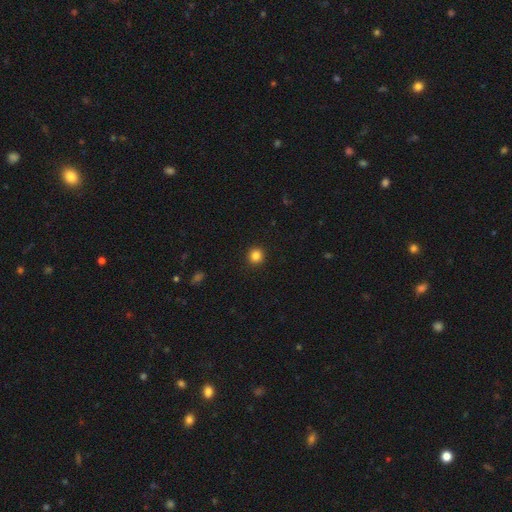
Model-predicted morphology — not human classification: smooth-or-featured: smooth: 84% | star or artifact: 11% | featured or disk: 4%
  how-rounded: round: 93% | in between: 6% | cigar-shaped: 1%
  merging: none: 93% | minor disturbance: 4% | major disturbance: 2% | merger: 1%